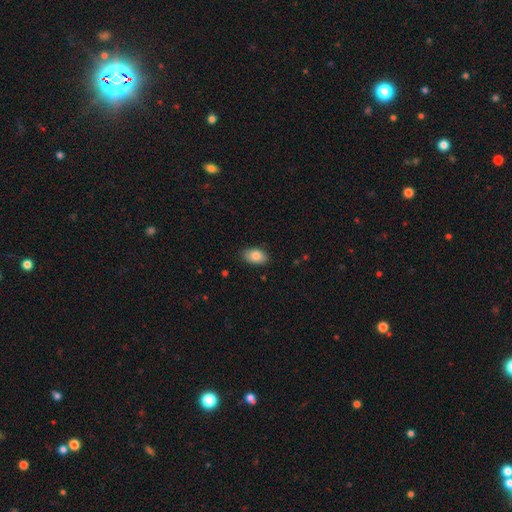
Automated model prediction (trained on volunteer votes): Overall: smooth (85%). How rounded: in between (92%). Merging: none (86%).